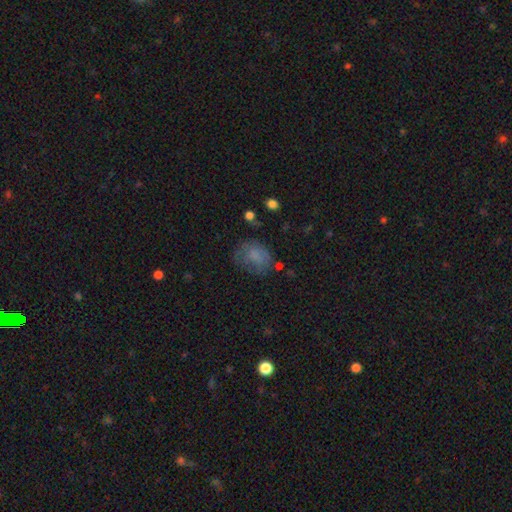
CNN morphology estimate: Smooth or featured?
  - smooth: 70% *
  - featured or disk: 18%
  - star or artifact: 12%
How rounded?
  - in between: 55% *
  - round: 44%
  - cigar-shaped: 1%
Merging?
  - none: 51% *
  - minor disturbance: 28%
  - major disturbance: 18%
  - merger: 3%